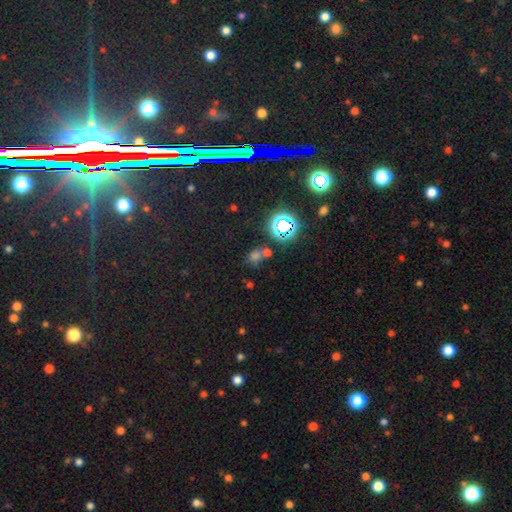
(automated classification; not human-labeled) This appears to be a star or artifact, not a galaxy (49%).